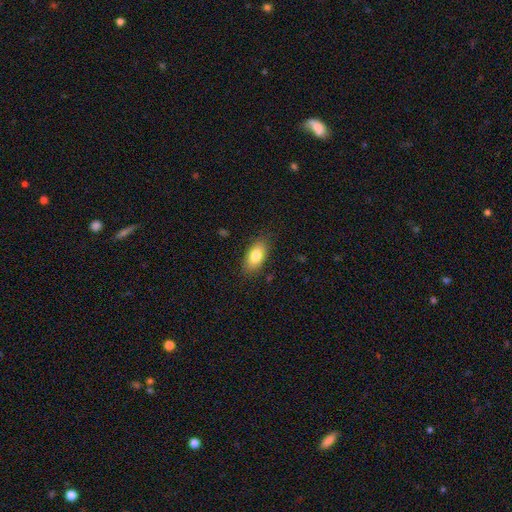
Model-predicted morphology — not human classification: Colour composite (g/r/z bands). It shows a smooth galaxy with no disk features (81%) that is in between round and cigar-shaped (90%). Merging: none (84%).